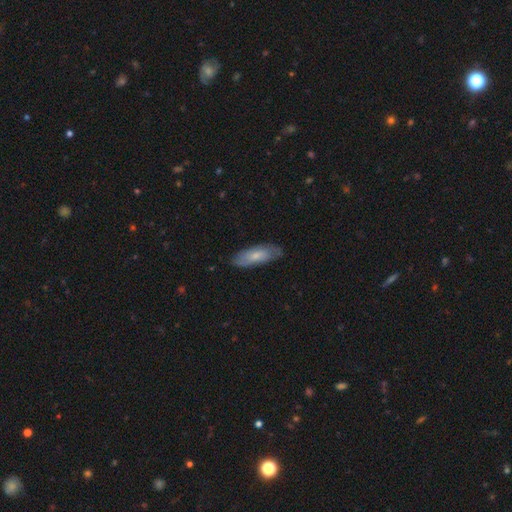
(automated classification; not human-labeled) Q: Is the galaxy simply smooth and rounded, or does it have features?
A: smooth — 69%.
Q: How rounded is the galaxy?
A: in between — 63%.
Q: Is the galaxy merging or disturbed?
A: none — 77%.